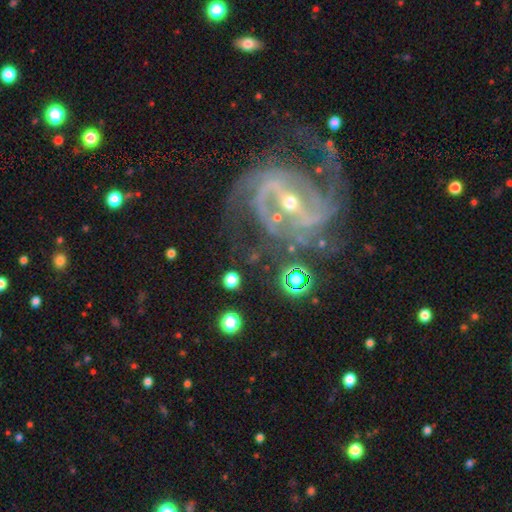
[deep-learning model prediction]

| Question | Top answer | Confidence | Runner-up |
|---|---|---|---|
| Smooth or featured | featured or disk | 90% | star or artifact (7%) |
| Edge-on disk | no | 97% | yes (3%) |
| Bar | strong | 59% | weak (29%) |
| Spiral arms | yes | 98% | no (2%) |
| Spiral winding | medium | 51% | tight (32%) |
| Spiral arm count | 2 | 54% | 3 (17%) |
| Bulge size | small | 63% | moderate (33%) |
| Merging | none | 60% | minor disturbance (18%) |